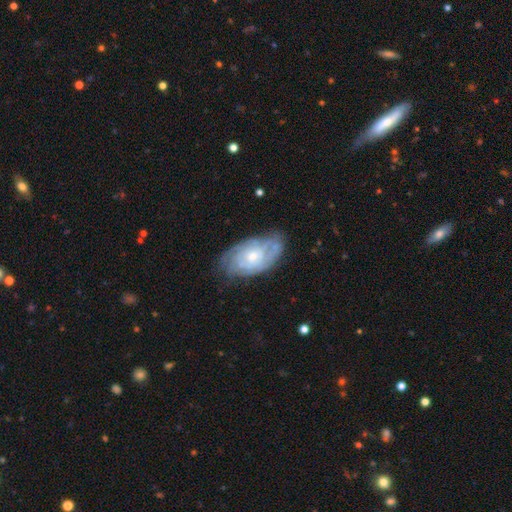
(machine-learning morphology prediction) type=featured or disk (70%); edge-on=no (93%); bar=no (75%); spiral arms=yes (85%); winding=tight (66%); arm count=can't tell (52%); bulge=small (55%); merging=none (72%).